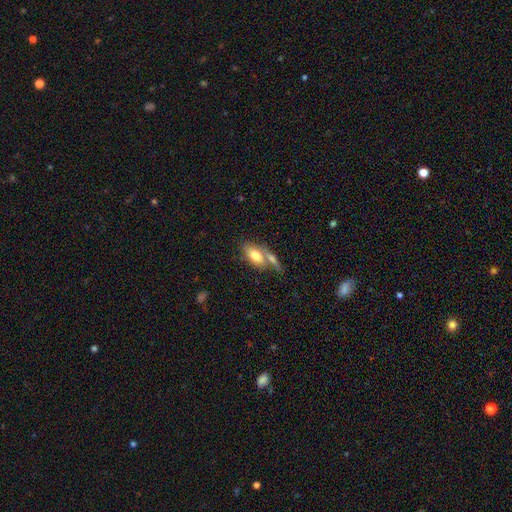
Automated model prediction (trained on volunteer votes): smooth-or-featured: smooth: 73% | featured or disk: 20% | star or artifact: 7%
  how-rounded: in between: 87% | cigar-shaped: 8% | round: 5%
  merging: merger: 41% (tied) | none: 41% (tied) | minor disturbance: 12% | major disturbance: 6%